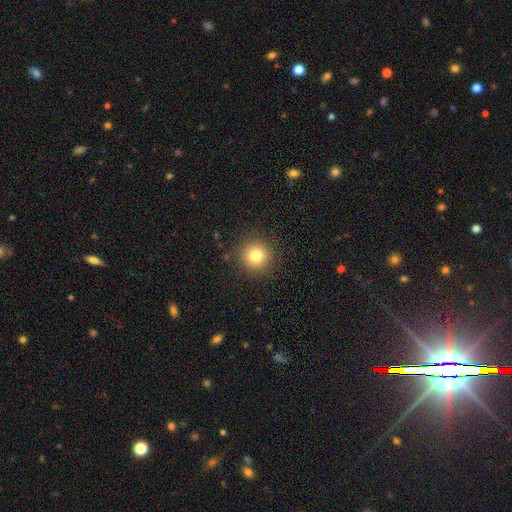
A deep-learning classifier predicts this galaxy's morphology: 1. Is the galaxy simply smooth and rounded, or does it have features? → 80% smooth, 12% star or artifact, 8% featured or disk.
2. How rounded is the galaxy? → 94% round, 5% in between, 1% cigar-shaped.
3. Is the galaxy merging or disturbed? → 89% none, 7% minor disturbance, 3% major disturbance, 1% merger.